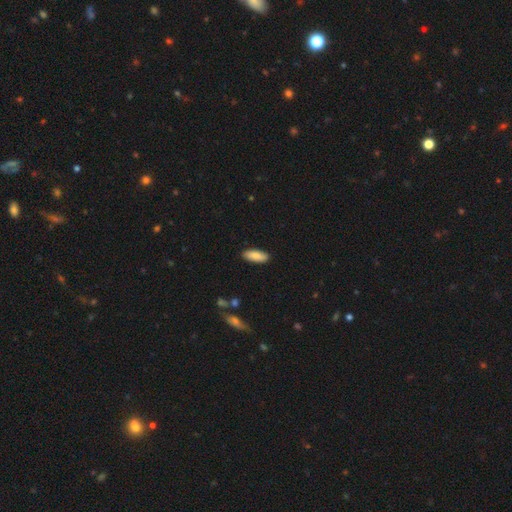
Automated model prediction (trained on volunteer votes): Morphology: type=smooth (86%); roundness=in between (75%); merging=none (89%).